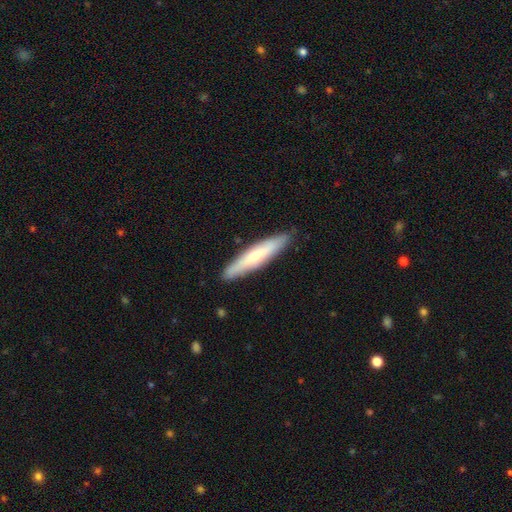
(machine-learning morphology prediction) Q: Smooth or featured?
A: smooth (60%); runner-up: featured or disk (35%)
Q: How rounded?
A: cigar-shaped (89%); runner-up: in between (10%)
Q: Merging?
A: none (88%); runner-up: minor disturbance (9%)